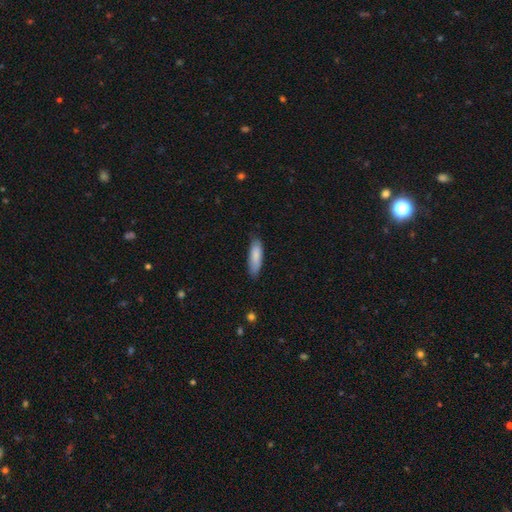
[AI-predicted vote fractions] smooth 85%, featured or disk 10%, star or artifact 6%. Down the decision tree: how rounded — cigar-shaped (55%); merging — none (79%).